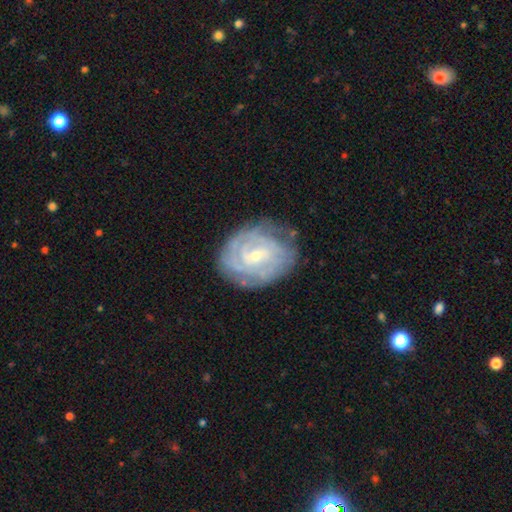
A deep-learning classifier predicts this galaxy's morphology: featured or disk 82%, smooth 13%, star or artifact 6%. Down the decision tree: edge-on disk — no (97%); bar — no (47%); spiral arms — yes (90%); spiral arm count — can't tell (46%); spiral winding — tight (74%); bulge size — small (69%); merging — none (72%).